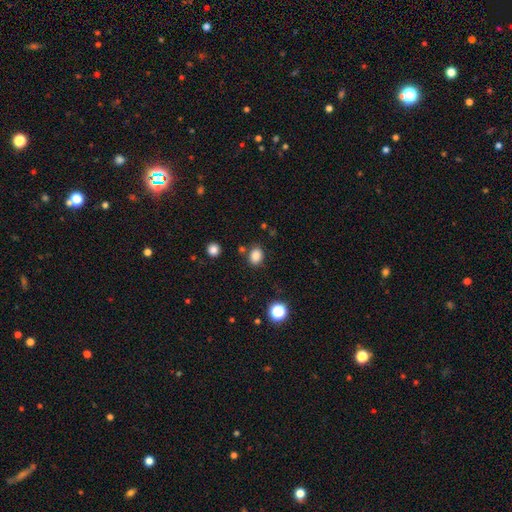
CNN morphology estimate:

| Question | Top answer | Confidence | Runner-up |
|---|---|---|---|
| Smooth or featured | smooth | 84% | star or artifact (12%) |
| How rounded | in between | 58% | round (41%) |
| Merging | none | 80% | minor disturbance (12%) |